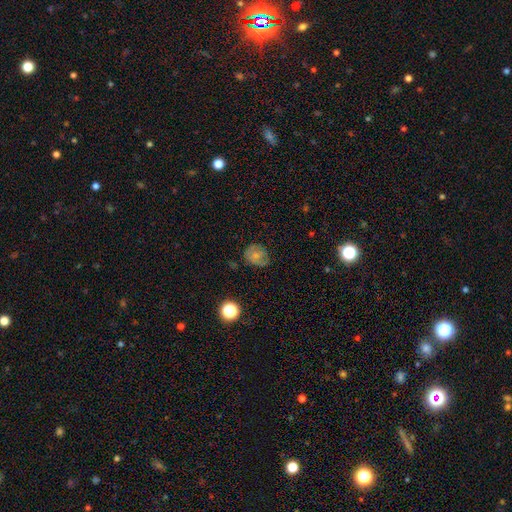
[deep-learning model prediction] A smooth galaxy with no disk features (59%) that is round (65%). Merging: none (62%).